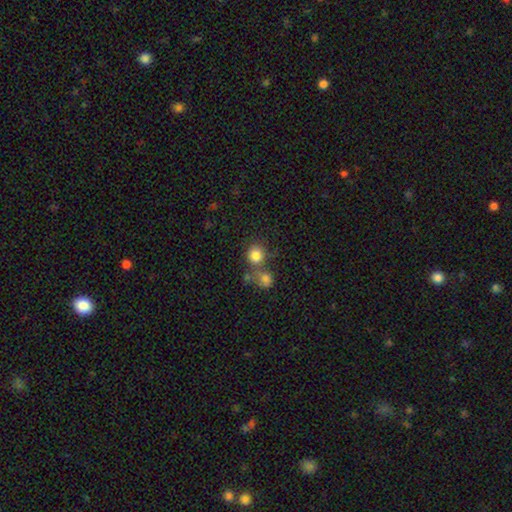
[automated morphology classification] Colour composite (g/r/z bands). It shows a smooth galaxy with no disk features (82%) that is round (86%). Merging: none (57%).